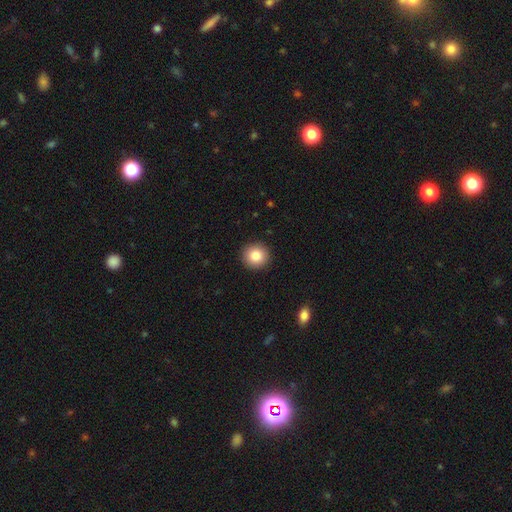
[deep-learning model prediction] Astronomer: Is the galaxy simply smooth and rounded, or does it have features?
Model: smooth — 85%.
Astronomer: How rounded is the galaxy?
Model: round — 93%.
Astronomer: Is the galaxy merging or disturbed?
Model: none — 92%.